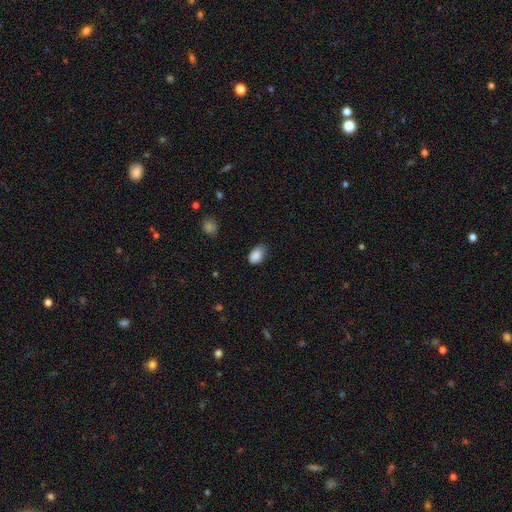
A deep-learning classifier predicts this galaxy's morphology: The model was most divided on "merging": none: 61%, minor disturbance: 32%, major disturbance: 6%, merger: 1%. More confident: how rounded — in between (89%); smooth or featured — smooth (88%).